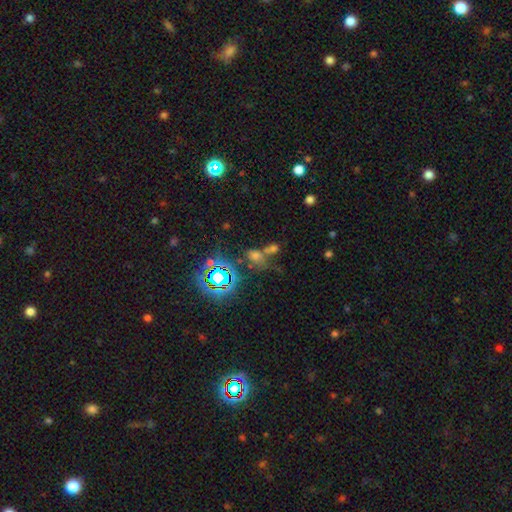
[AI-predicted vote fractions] Smooth or featured?
  - smooth: 46% *
  - star or artifact: 43%
  - featured or disk: 11%
Merging?
  - none: 42% *
  - merger: 40%
  - minor disturbance: 11%
  - major disturbance: 8%